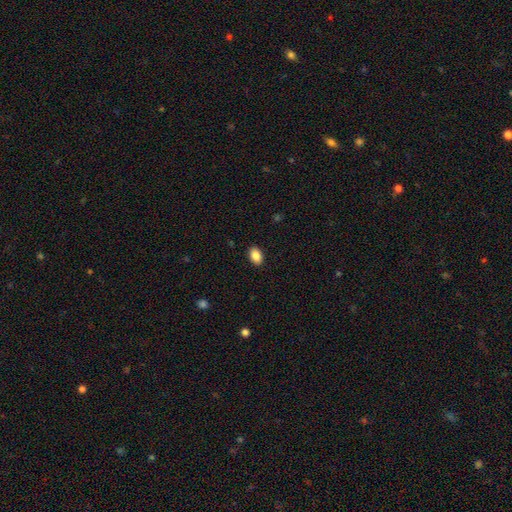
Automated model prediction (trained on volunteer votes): This is clearly a smooth galaxy (89%). How rounded: clearly in between (86%). Merging: clearly none (90%).